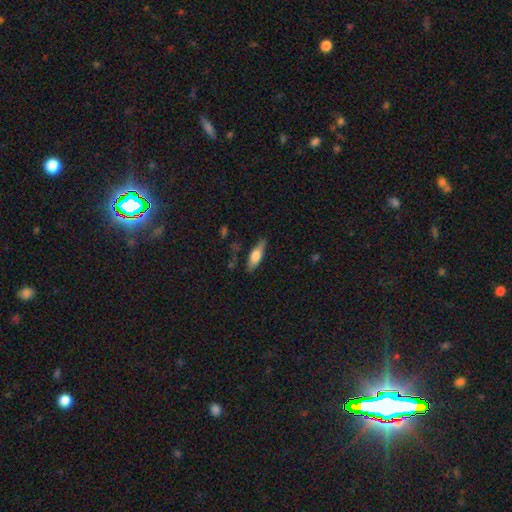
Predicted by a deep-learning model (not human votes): smooth_or_featured: smooth (p=0.58) [alt: featured or disk p=0.35]
how_rounded: cigar-shaped (p=0.50) [alt: in between p=0.48]
merging: none (p=0.81) [alt: minor disturbance p=0.14]